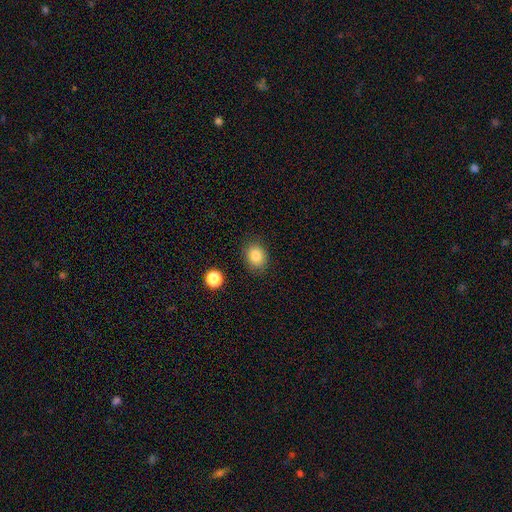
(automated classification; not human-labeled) Smooth or featured?
  - smooth: 84% *
  - star or artifact: 10%
  - featured or disk: 6%
How rounded?
  - in between: 52% *
  - round: 47%
  - cigar-shaped: 1%
Merging?
  - none: 85% *
  - minor disturbance: 10%
  - major disturbance: 3%
  - merger: 2%